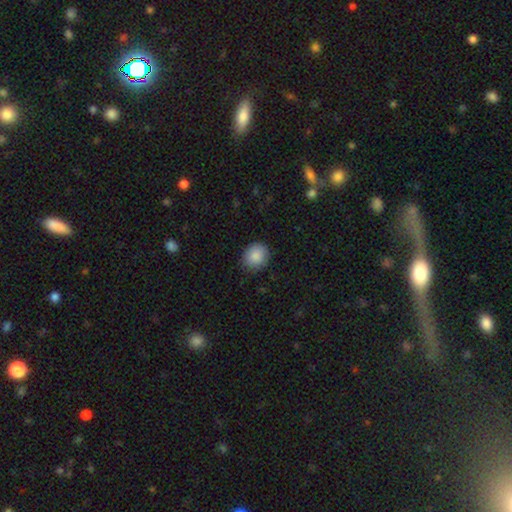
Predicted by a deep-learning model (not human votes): Q: Smooth or featured?
A: smooth (88%); runner-up: star or artifact (8%)
Q: How rounded?
A: round (73%); runner-up: in between (26%)
Q: Merging?
A: none (84%); runner-up: minor disturbance (12%)